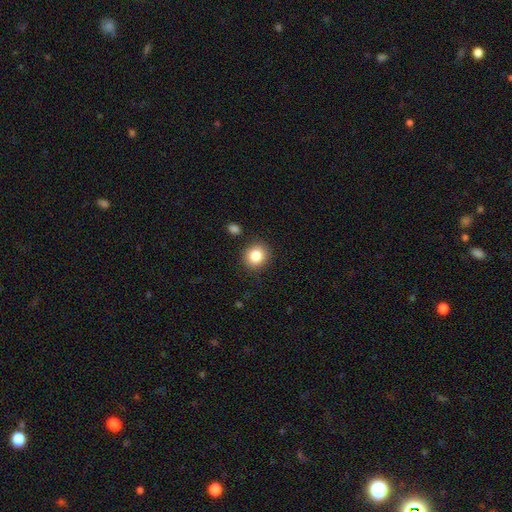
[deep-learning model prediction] This is clearly a smooth galaxy (84%). How rounded: clearly round (84%). Merging: clearly none (87%).